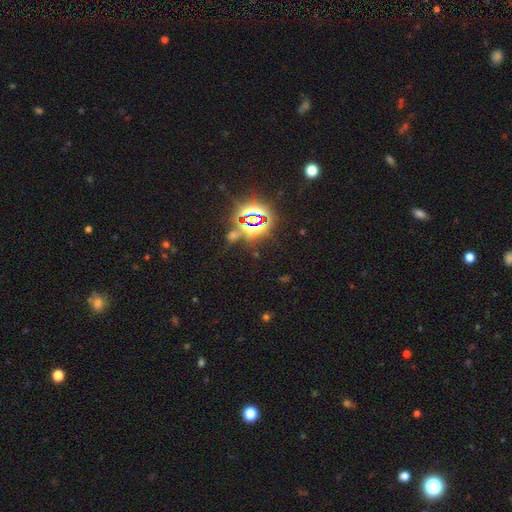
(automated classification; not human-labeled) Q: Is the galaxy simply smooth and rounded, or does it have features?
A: star or artifact — 83%.